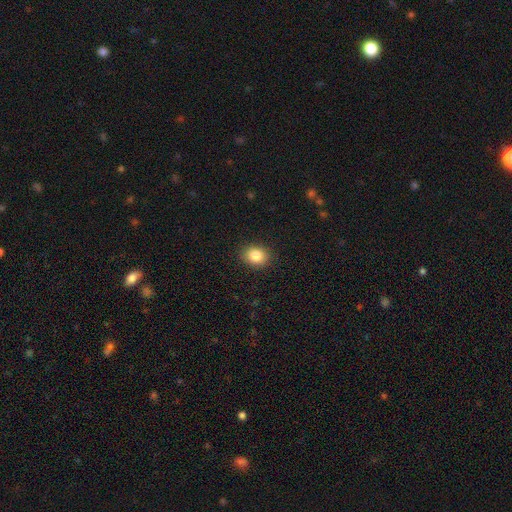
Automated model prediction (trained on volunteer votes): Q: Smooth or featured?
A: smooth (85%); runner-up: star or artifact (9%)
Q: How rounded?
A: in between (51%); runner-up: round (48%)
Q: Merging?
A: none (89%); runner-up: minor disturbance (8%)